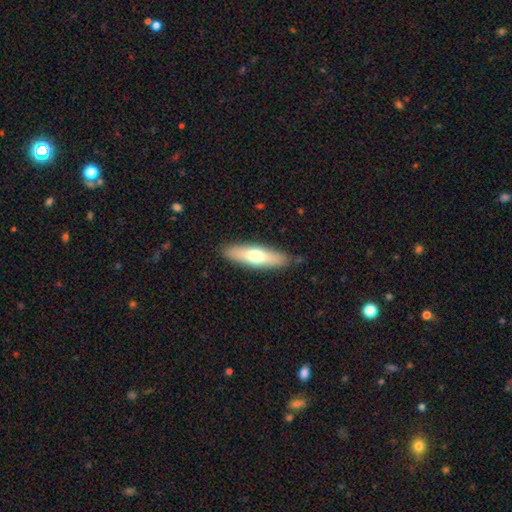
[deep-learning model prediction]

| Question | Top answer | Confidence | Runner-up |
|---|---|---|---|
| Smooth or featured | smooth | 63% | featured or disk (31%) |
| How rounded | cigar-shaped | 61% | in between (37%) |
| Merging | none | 87% | minor disturbance (10%) |